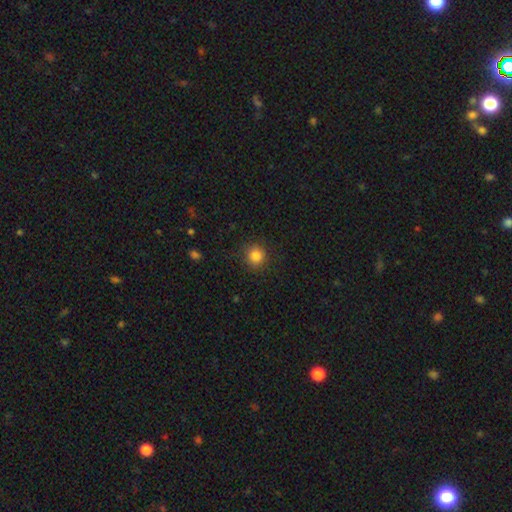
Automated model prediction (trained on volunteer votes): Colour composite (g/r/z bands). It shows a smooth galaxy with no disk features (84%) that is round (93%). Merging: none (88%).